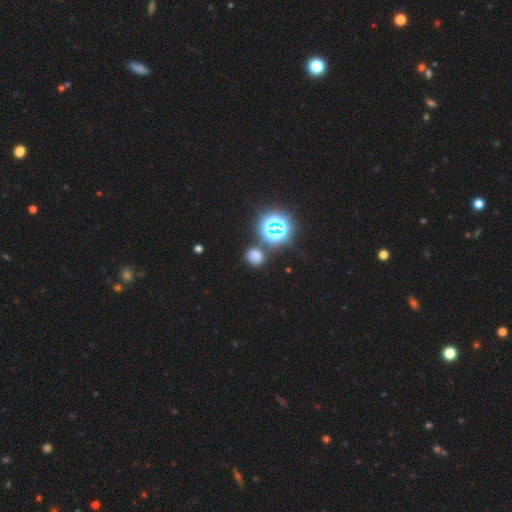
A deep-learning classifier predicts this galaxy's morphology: This appears to be a smooth galaxy with no disk features (64%) that is round (75%). Merging: none (77%).